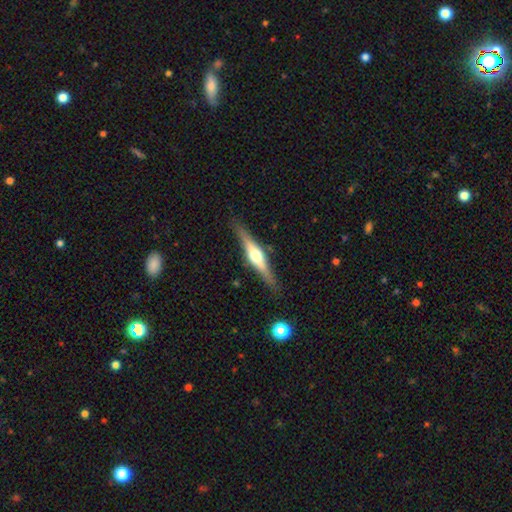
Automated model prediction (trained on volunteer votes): Smooth or featured: featured or disk — 72% (smooth — 23%)
Edge-on disk: yes — 97% (no — 3%)
Edge-on bulge: rounded — 91% (boxy — 6%)
Merging: none — 88% (minor disturbance — 9%)